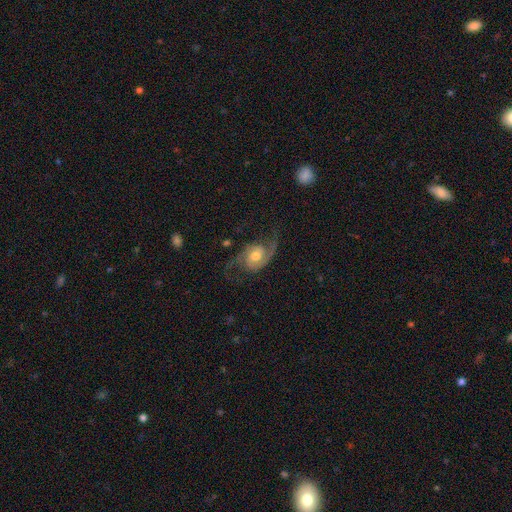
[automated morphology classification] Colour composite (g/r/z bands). It shows a featured or disk galaxy (86%) with no bar (66%), 2 (89%) medium (45%) spiral arms (96%) and a moderate central bulge (70%). Merging: none (64%).